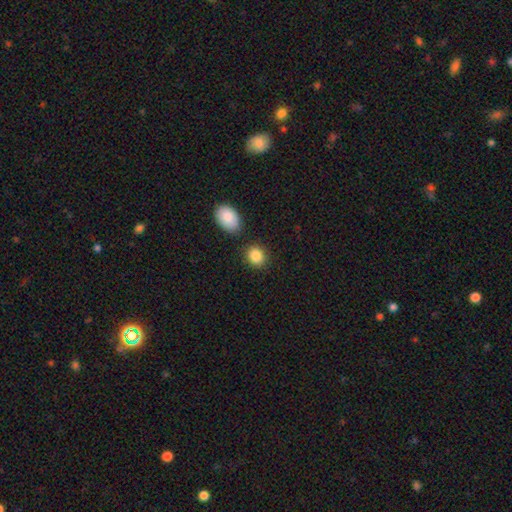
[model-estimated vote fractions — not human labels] Q: Smooth or featured?
A: smooth (88%); runner-up: star or artifact (8%)
Q: How rounded?
A: round (64%); runner-up: in between (34%)
Q: Merging?
A: none (80%); runner-up: minor disturbance (10%)